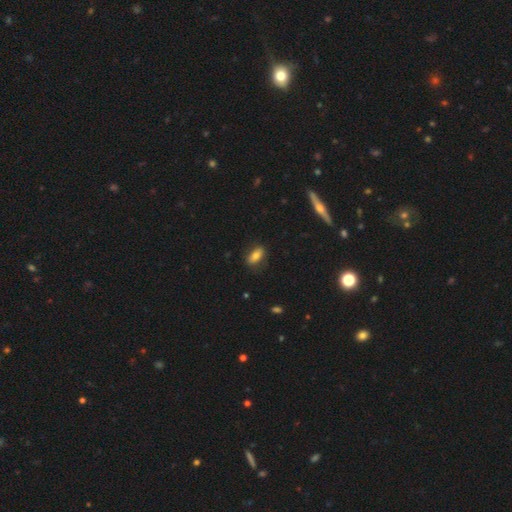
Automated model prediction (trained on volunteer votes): Q: Smooth or featured?
A: smooth (76%); runner-up: featured or disk (16%)
Q: How rounded?
A: in between (81%); runner-up: cigar-shaped (14%)
Q: Merging?
A: none (82%); runner-up: minor disturbance (14%)